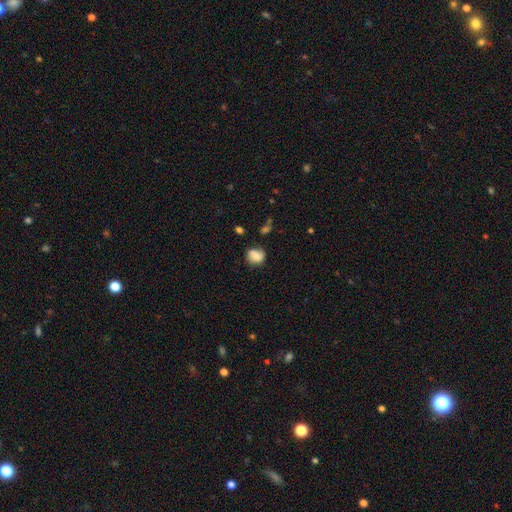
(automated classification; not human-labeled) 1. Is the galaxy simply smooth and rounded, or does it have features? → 78% smooth, 13% featured or disk, 10% star or artifact.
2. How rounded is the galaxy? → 62% round, 37% in between, 1% cigar-shaped.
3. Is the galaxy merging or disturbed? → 61% none, 26% minor disturbance, 8% major disturbance, 5% merger.